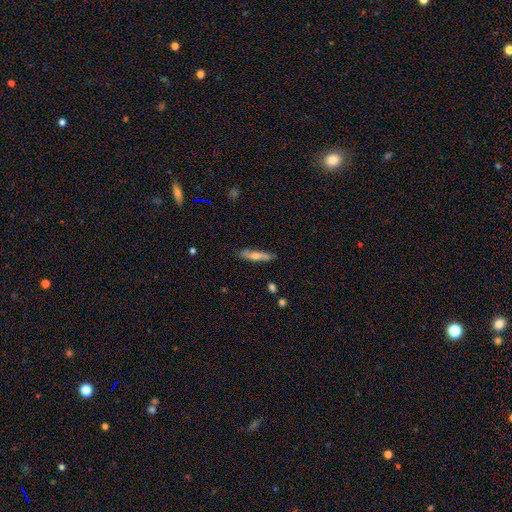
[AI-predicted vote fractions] smooth-or-featured: smooth: 50% | featured or disk: 43% | star or artifact: 7%
  merging: none: 82% | minor disturbance: 14% | major disturbance: 3% | merger: 2%